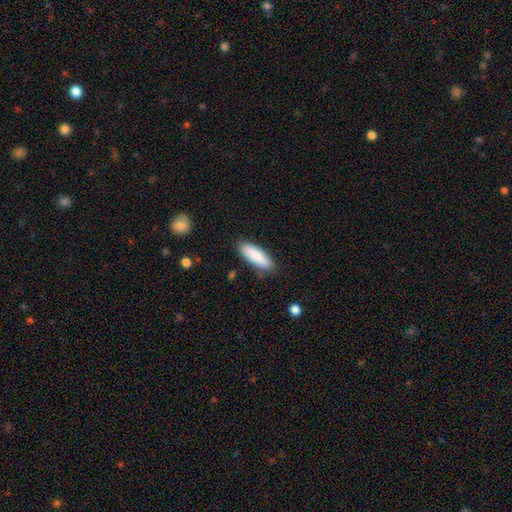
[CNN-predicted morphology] type=smooth (87%); roundness=in between (57%); merging=none (83%).